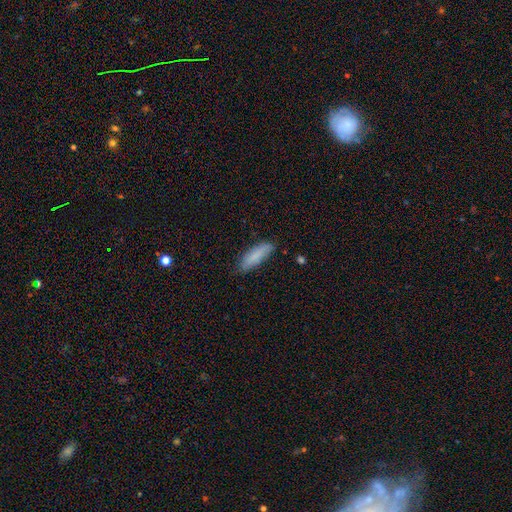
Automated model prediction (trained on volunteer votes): smooth-or-featured: smooth: 85% | featured or disk: 9% | star or artifact: 6%
  how-rounded: cigar-shaped: 55% | in between: 44% | round: 1%
  merging: none: 78% | minor disturbance: 18% | major disturbance: 3% | merger: 1%